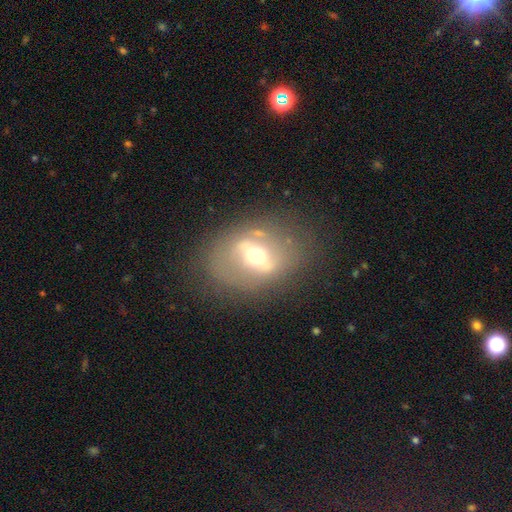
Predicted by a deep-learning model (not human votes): Overall: featured or disk (67%). Edge-on disk: no (87%). Bar: strong (59%; weak 28%). Spiral arms: no (66%; yes 34%). Bulge size: moderate (65%). Merging: none (72%).